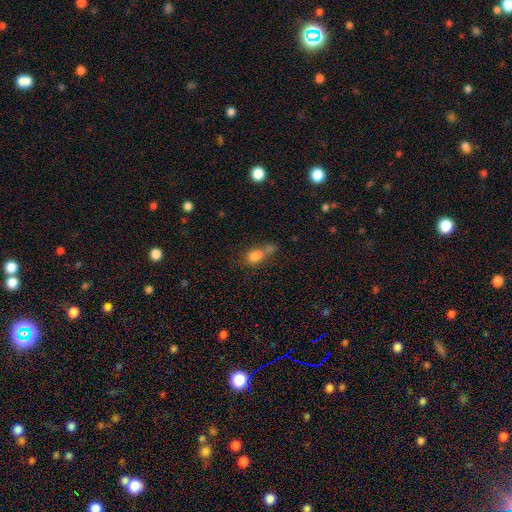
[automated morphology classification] Smooth or featured? Predicted: smooth (p=0.76). How rounded? Predicted: in between (p=0.63). Merging? Predicted: merger (p=0.46).